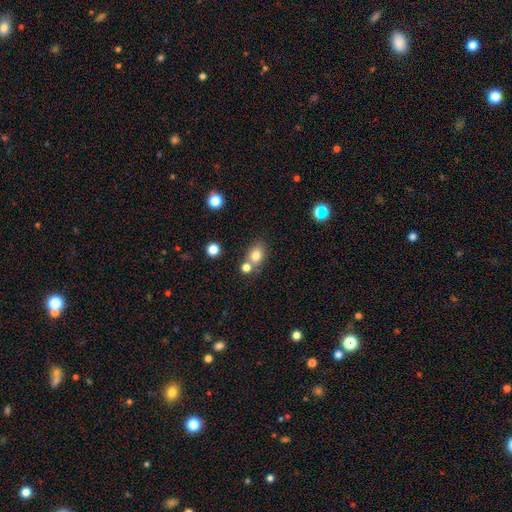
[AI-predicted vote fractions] Q: Smooth or featured?
A: smooth (78%); runner-up: star or artifact (11%)
Q: How rounded?
A: in between (57%); runner-up: round (41%)
Q: Merging?
A: none (57%); runner-up: merger (28%)